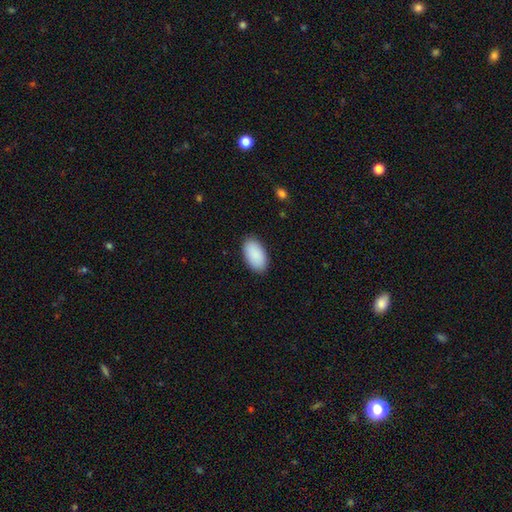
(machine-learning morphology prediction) This is clearly a smooth galaxy (91%). How rounded: clearly in between (96%). Merging: clearly none (89%).